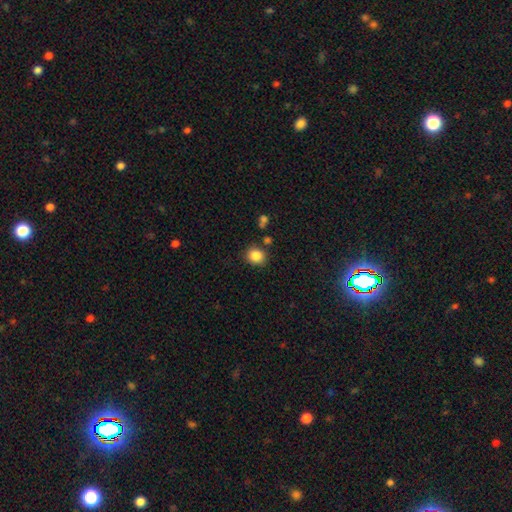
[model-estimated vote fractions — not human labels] Smooth or featured: smooth — 85% (star or artifact — 10%)
How rounded: round — 79% (in between — 20%)
Merging: none — 83% (minor disturbance — 10%)